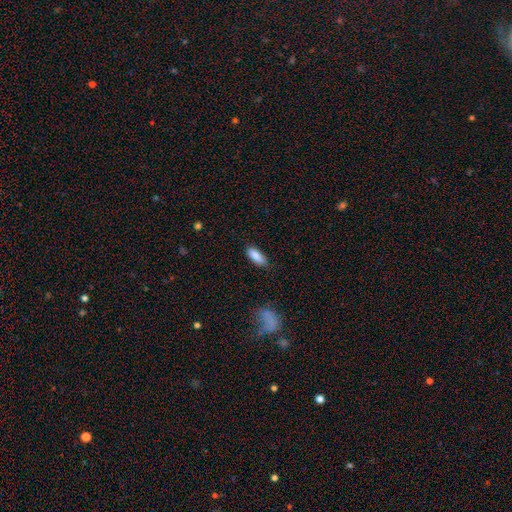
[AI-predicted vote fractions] Morphology: type=smooth (87%); roundness=in between (76%); merging=none (80%).